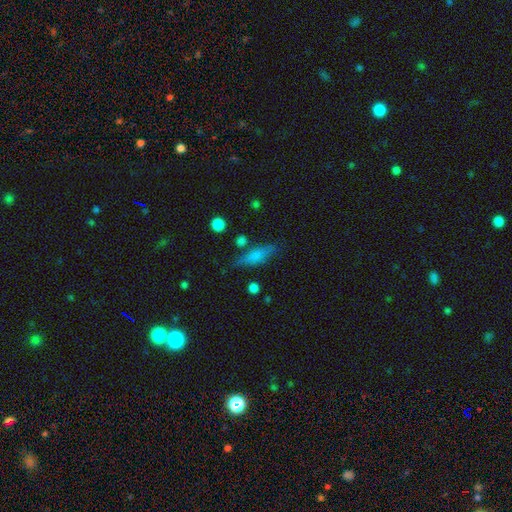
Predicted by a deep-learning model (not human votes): Smooth or featured? Predicted: smooth (p=0.66). How rounded? Predicted: cigar-shaped (p=0.48). Merging? Predicted: none (p=0.70).